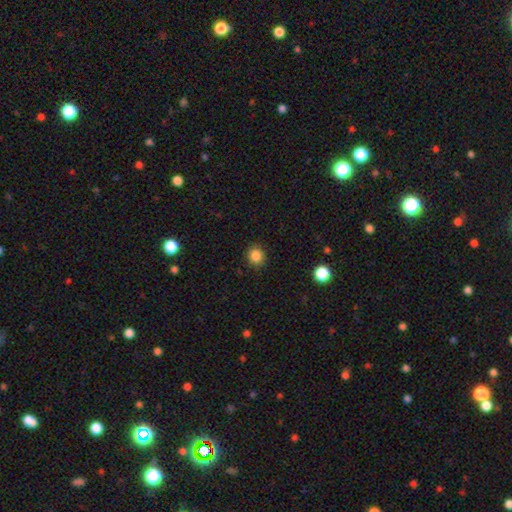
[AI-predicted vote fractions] A smooth galaxy with no disk features (85%) that is round (84%).

Vote fractions:
- Smooth or featured? smooth: 85% / star or artifact: 11% / featured or disk: 4%
- How rounded? round: 84% / in between: 15% / cigar-shaped: 1%
- Merging? none: 89% / minor disturbance: 8% / major disturbance: 2% / merger: 1%